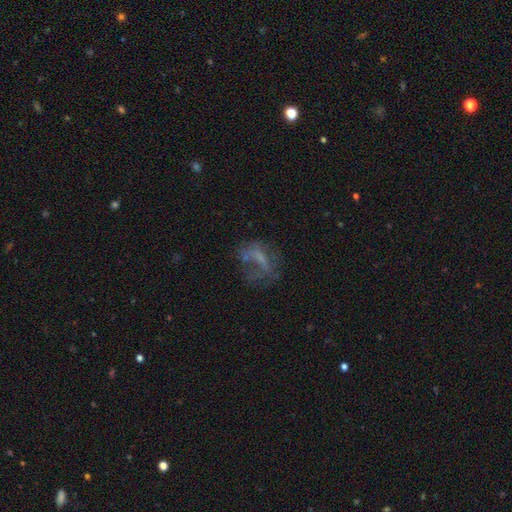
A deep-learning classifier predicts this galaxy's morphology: Smooth or featured? Predicted: featured or disk (p=0.44). Merging? Predicted: major disturbance (p=0.39).